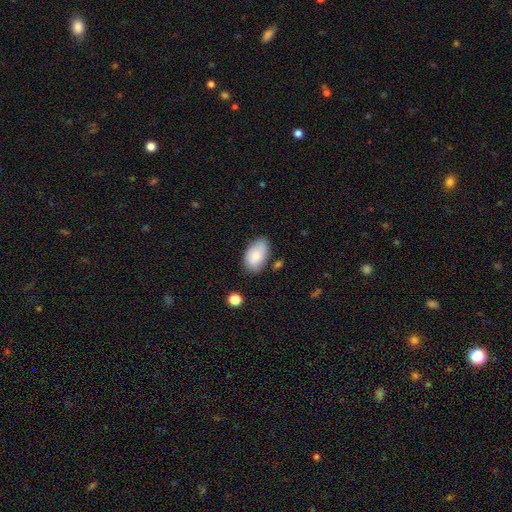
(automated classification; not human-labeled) Morphology: type=smooth (81%); roundness=in between (93%); merging=none (71%).